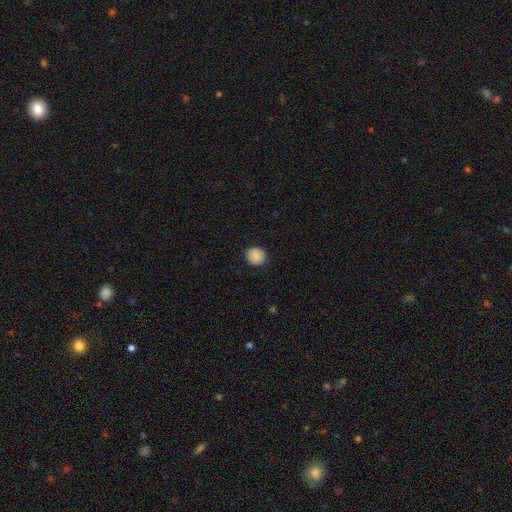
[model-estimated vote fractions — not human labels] Q: Smooth or featured?
A: smooth (89%); runner-up: star or artifact (8%)
Q: How rounded?
A: round (90%); runner-up: in between (10%)
Q: Merging?
A: none (90%); runner-up: minor disturbance (7%)